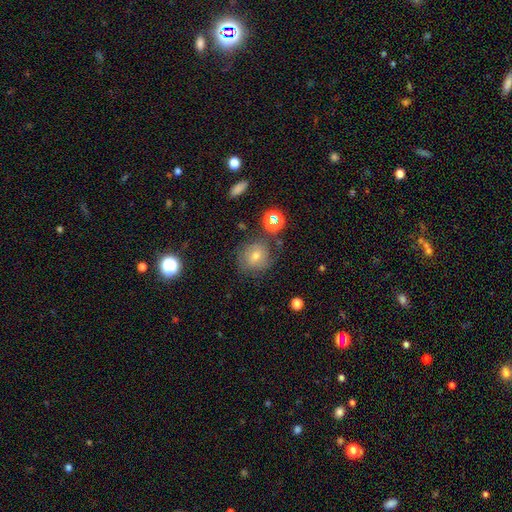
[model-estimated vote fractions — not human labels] Smooth or featured?
  - smooth: 42% *
  - featured or disk: 38%
  - star or artifact: 20%
Merging?
  - none: 74% *
  - minor disturbance: 15%
  - major disturbance: 7%
  - merger: 4%